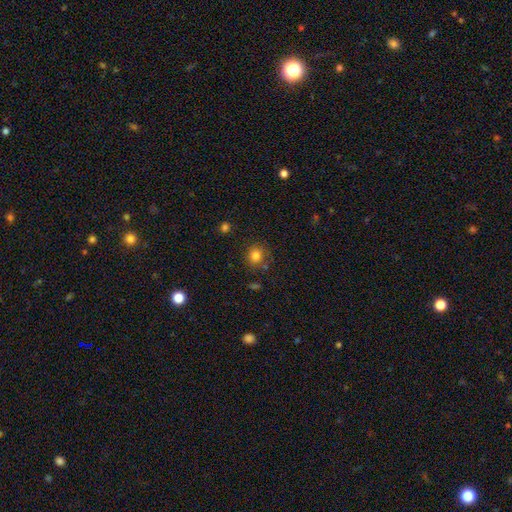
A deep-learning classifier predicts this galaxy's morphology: smooth-or-featured: smooth: 80% | star or artifact: 13% | featured or disk: 7%
  how-rounded: round: 84% | in between: 15% | cigar-shaped: 1%
  merging: none: 78% | minor disturbance: 13% | merger: 5% | major disturbance: 4%